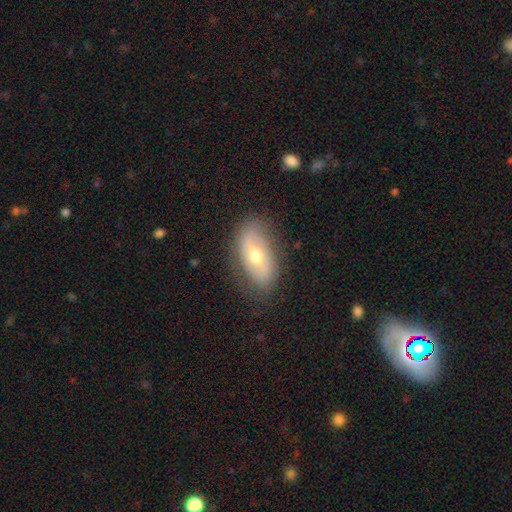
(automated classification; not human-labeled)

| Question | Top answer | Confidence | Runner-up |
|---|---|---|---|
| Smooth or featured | featured or disk | 49% | smooth (44%) |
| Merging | none | 76% | minor disturbance (17%) |